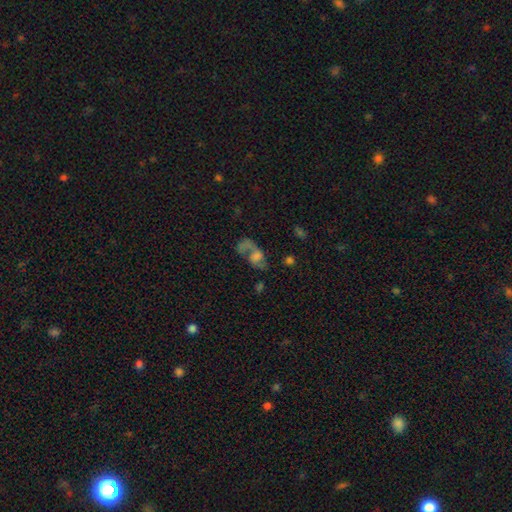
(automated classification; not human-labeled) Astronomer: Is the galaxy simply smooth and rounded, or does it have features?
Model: featured or disk — 59%.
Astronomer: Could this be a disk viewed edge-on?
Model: no — 96%.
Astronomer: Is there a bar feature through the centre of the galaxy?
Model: no — 65%.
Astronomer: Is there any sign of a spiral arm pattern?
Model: yes — 73%.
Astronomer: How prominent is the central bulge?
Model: none — 31% (runner-up: moderate, 27%).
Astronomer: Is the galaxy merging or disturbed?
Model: none — 39% (runner-up: major disturbance, 32%).